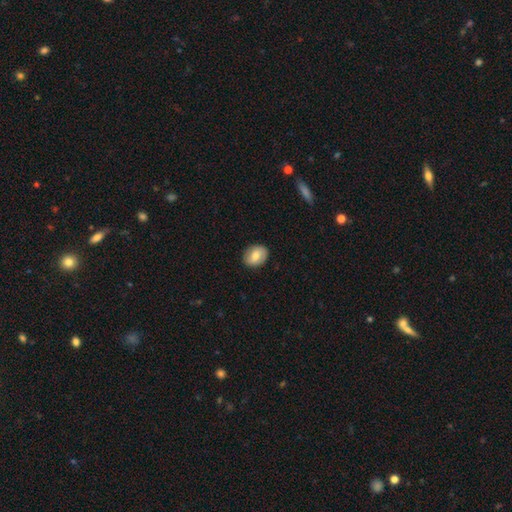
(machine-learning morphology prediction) Smooth or featured? Predicted: smooth (p=0.72). How rounded? Predicted: in between (p=0.59). Merging? Predicted: none (p=0.87).